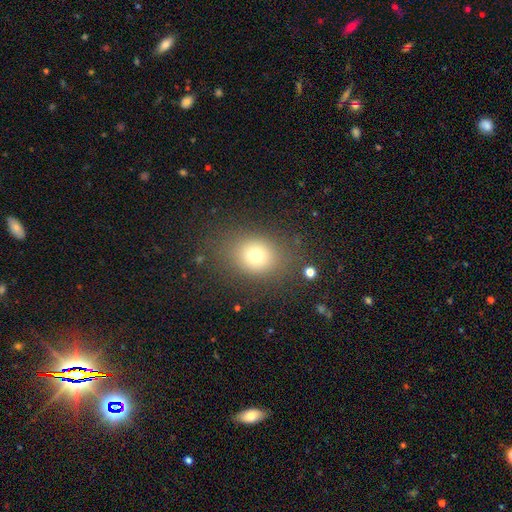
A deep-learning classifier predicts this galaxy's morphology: Q: Smooth or featured?
A: smooth (73%); runner-up: star or artifact (16%)
Q: How rounded?
A: round (56%); runner-up: in between (43%)
Q: Merging?
A: none (82%); runner-up: minor disturbance (11%)